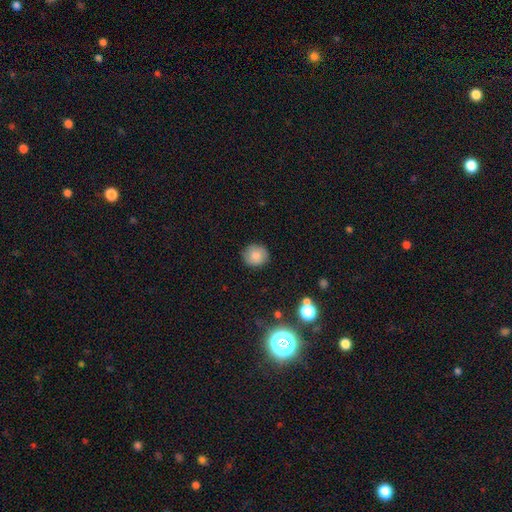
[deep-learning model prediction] Q: Smooth or featured?
A: smooth (83%); runner-up: star or artifact (9%)
Q: How rounded?
A: round (89%); runner-up: in between (10%)
Q: Merging?
A: none (88%); runner-up: minor disturbance (9%)